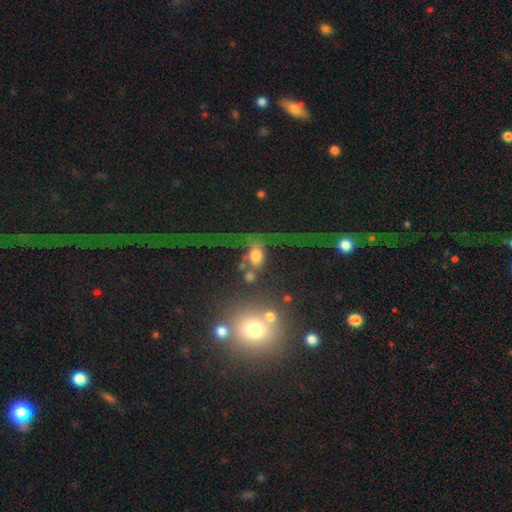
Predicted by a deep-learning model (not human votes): Q: Smooth or featured?
A: smooth (53%); runner-up: featured or disk (31%)
Q: How rounded?
A: in between (65%); runner-up: round (32%)
Q: Merging?
A: major disturbance (31%); runner-up: none (29%)